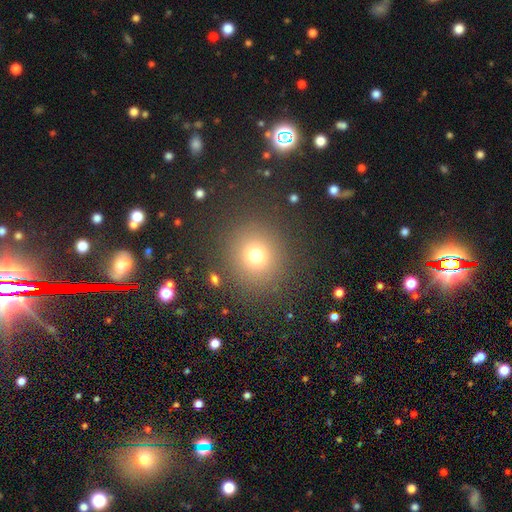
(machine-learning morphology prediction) smooth-or-featured: smooth: 73% | star or artifact: 18% | featured or disk: 9%
  how-rounded: round: 90% | in between: 9% | cigar-shaped: 1%
  merging: none: 87% | minor disturbance: 7% | major disturbance: 4% | merger: 2%